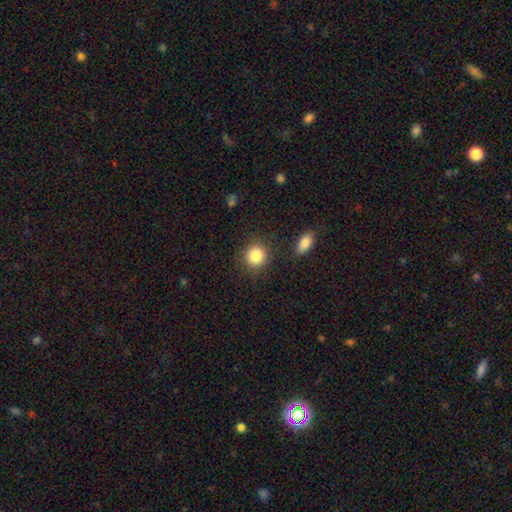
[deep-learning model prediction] This appears to be a smooth galaxy with no disk features (86%) that is round (87%). Merging: none (84%).